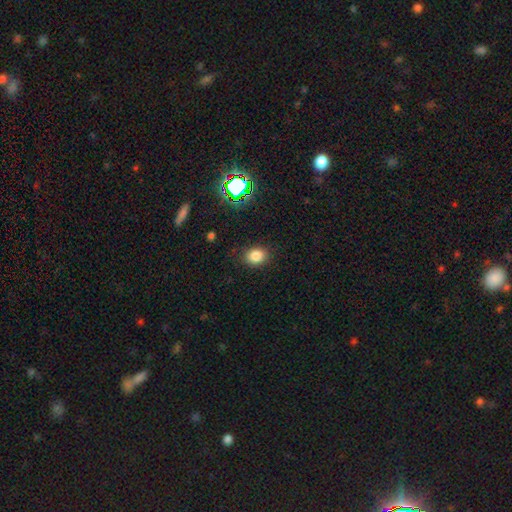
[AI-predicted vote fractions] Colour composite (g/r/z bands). It shows a smooth galaxy with no disk features (81%) that is in between round and cigar-shaped (53%). Merging: none (85%).